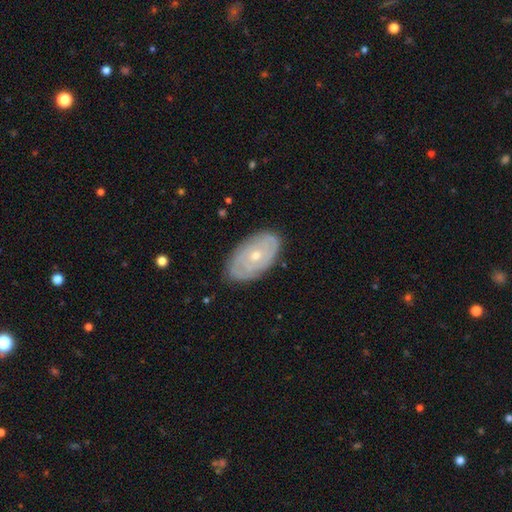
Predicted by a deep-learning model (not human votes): featured or disk 69%, smooth 24%, star or artifact 7%. Down the decision tree: edge-on disk — no (92%); bar — no (81%); spiral arms — yes (73%); bulge size — small (55%); merging — none (83%).